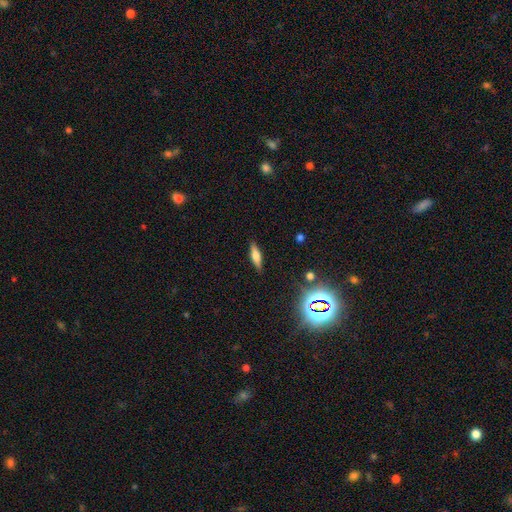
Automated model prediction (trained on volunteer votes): smooth 55%, featured or disk 33%, star or artifact 11%. Down the decision tree: how rounded — cigar-shaped (59%); merging — none (87%).